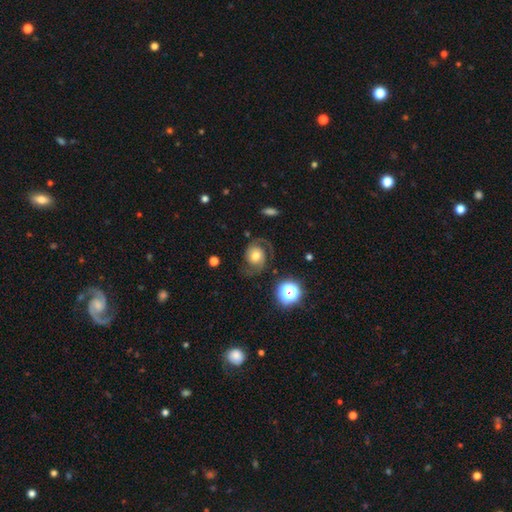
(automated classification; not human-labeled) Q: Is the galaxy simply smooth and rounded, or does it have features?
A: featured or disk — 73%.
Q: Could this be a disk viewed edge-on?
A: no — 98%.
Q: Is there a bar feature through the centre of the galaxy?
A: no — 72%.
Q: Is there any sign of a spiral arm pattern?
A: yes — 94%.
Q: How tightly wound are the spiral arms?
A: medium — 50%.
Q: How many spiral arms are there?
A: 2 — 89%.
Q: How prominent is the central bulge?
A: moderate — 64%.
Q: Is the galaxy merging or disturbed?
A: none — 71%.